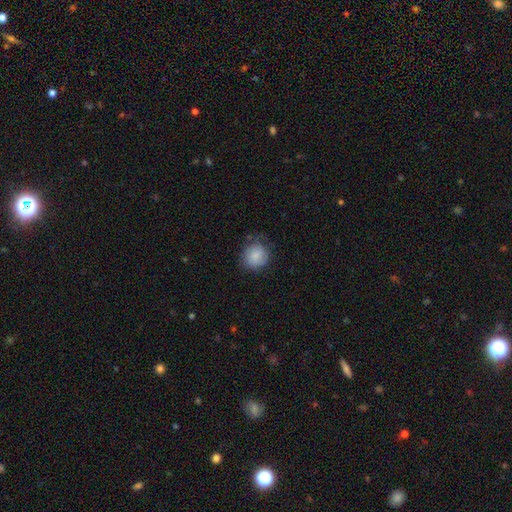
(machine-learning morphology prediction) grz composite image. It shows a smooth galaxy with no disk features (80%) that is round (79%). Merging: none (64%).